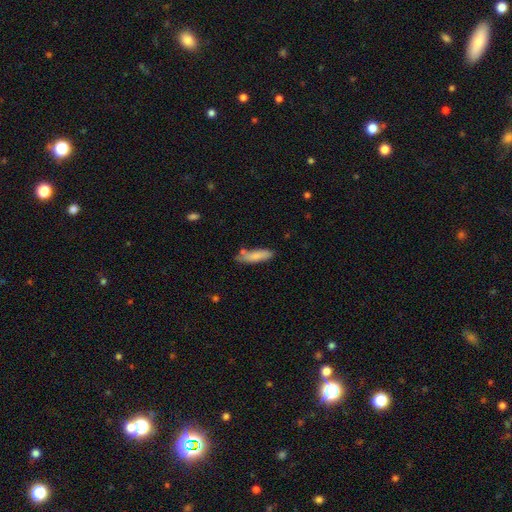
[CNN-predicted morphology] Smooth or featured? Predicted: smooth (p=0.81). How rounded? Predicted: cigar-shaped (p=0.61). Merging? Predicted: none (p=0.66).